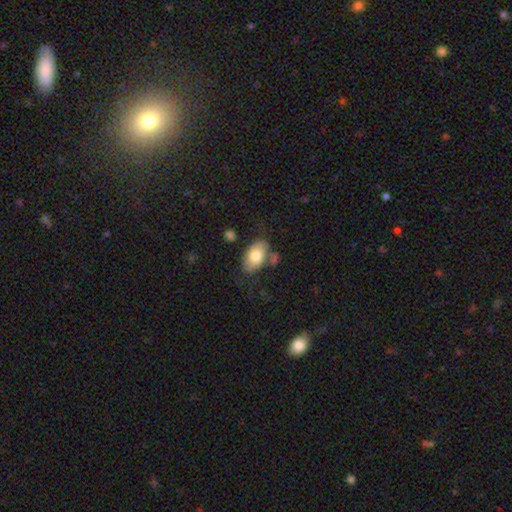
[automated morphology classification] type=smooth (76%); roundness=in between (92%); merging=none (67%).